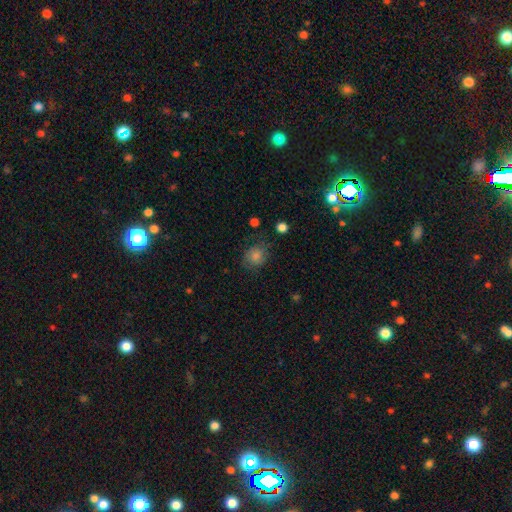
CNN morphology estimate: A smooth galaxy with no disk features (62%) that is round (73%).

Vote fractions:
- Smooth or featured? smooth: 62% / star or artifact: 20% / featured or disk: 17%
- How rounded? round: 73% / in between: 26% / cigar-shaped: 1%
- Merging? none: 74% / minor disturbance: 17% / major disturbance: 7% / merger: 2%